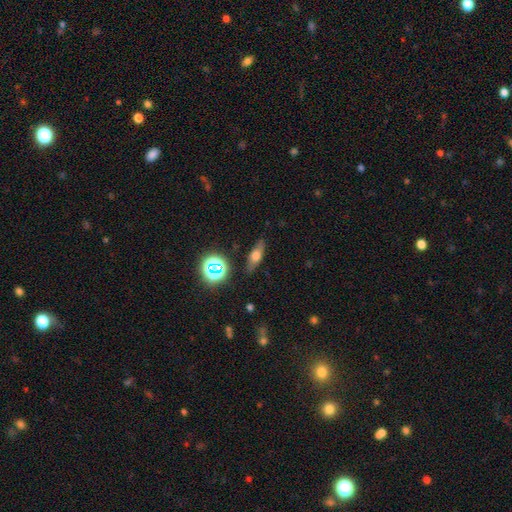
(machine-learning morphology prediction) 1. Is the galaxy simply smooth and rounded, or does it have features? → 54% smooth, 32% featured or disk, 14% star or artifact.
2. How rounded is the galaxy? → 54% in between, 36% cigar-shaped, 9% round.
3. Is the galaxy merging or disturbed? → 83% none, 12% minor disturbance, 3% major disturbance, 2% merger.